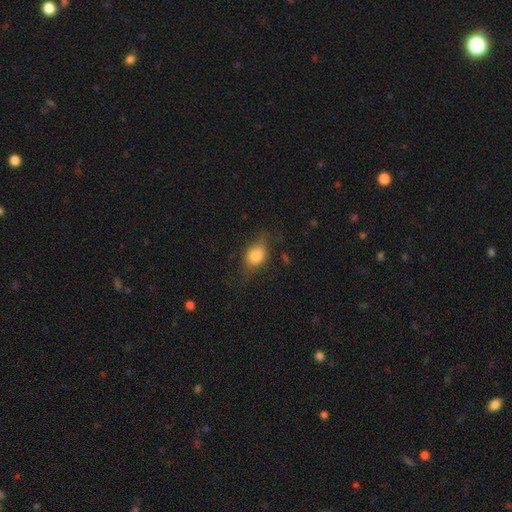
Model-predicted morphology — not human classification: smooth_or_featured: smooth (p=0.76) [alt: featured or disk p=0.15]
how_rounded: in between (p=0.63) [alt: round p=0.34]
merging: none (p=0.60) [alt: minor disturbance p=0.26]